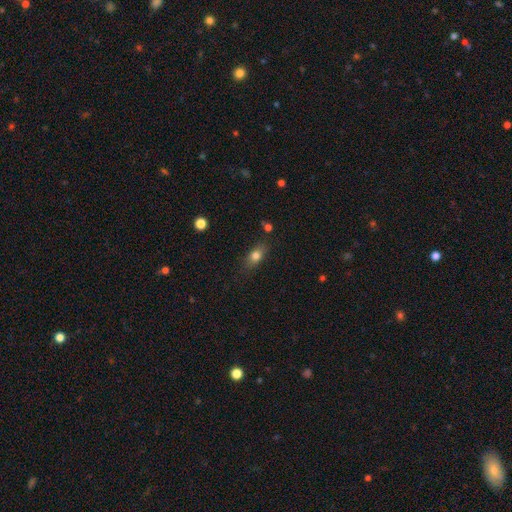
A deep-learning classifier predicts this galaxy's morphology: smooth_or_featured: smooth (p=0.76) [alt: featured or disk p=0.14]
how_rounded: in between (p=0.74) [alt: round p=0.15]
merging: none (p=0.78) [alt: minor disturbance p=0.15]